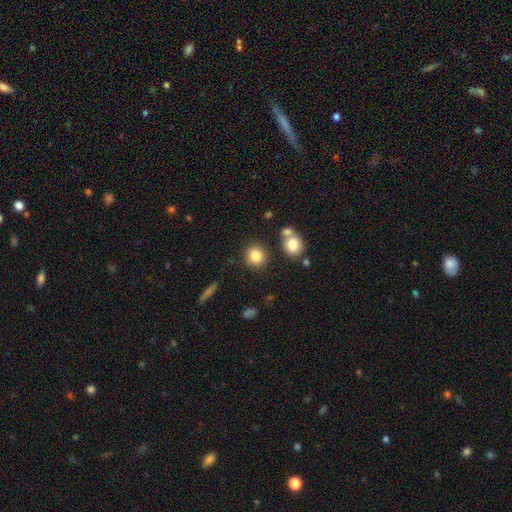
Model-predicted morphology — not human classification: type=smooth (84%); roundness=round (83%); merging=none (82%).